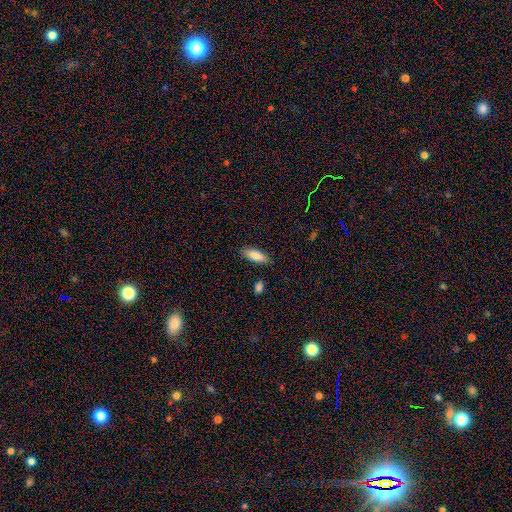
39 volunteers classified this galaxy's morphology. Q: Smooth or featured?
A: smooth (82%); runner-up: star or artifact (10%)
Q: How rounded?
A: in between (75%); runner-up: cigar-shaped (25%)
Q: Merging?
A: none (89%); runner-up: minor disturbance (11%)